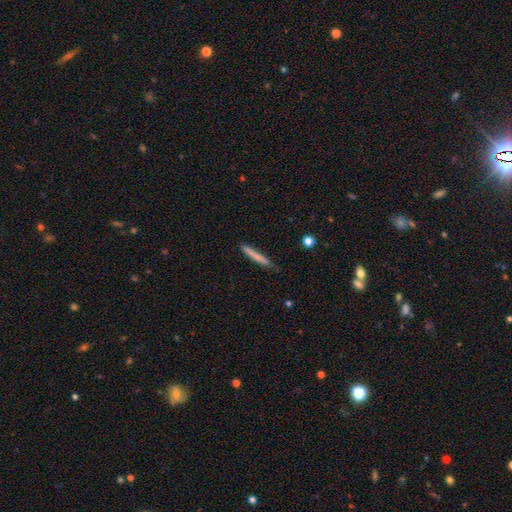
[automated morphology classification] smooth_or_featured: smooth (p=0.73) [alt: featured or disk p=0.21]
how_rounded: cigar-shaped (p=0.96) [alt: in between p=0.03]
merging: none (p=0.78) [alt: minor disturbance p=0.17]